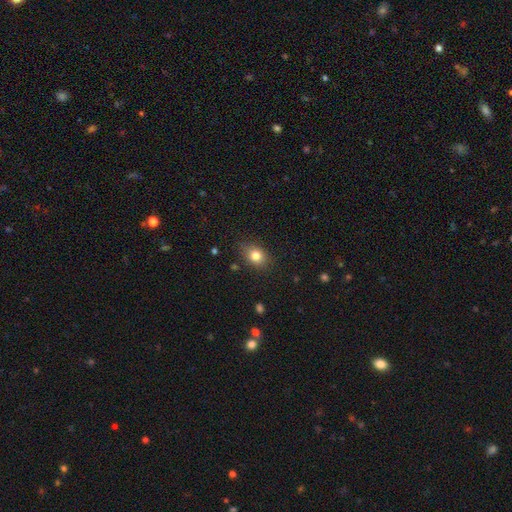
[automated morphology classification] This appears to be a smooth galaxy with no disk features (81%) that is in between round and cigar-shaped (58%). Merging: none (82%).